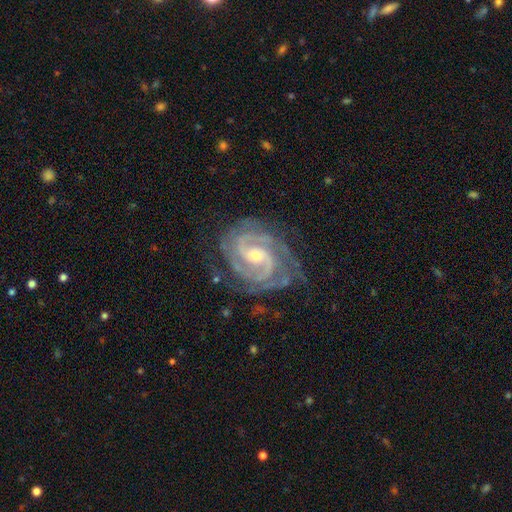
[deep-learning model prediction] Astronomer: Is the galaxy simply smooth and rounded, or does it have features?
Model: featured or disk — 93%.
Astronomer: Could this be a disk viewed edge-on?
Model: no — 98%.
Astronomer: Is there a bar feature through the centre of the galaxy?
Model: no — 42% (runner-up: weak, 40%).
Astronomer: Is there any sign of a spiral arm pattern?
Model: yes — 99%.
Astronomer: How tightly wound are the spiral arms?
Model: tight — 63%.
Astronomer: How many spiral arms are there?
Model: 2 — 55%.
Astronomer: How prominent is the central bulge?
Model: small — 56% (runner-up: moderate, 41%).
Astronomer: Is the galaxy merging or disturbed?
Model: none — 71%.